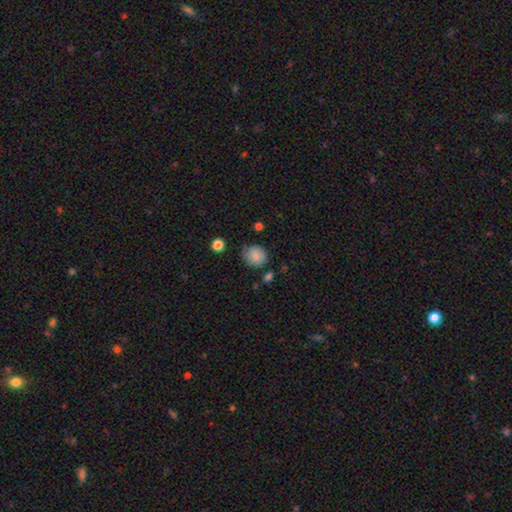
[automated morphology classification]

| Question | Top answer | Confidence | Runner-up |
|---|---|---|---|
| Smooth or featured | smooth | 86% | star or artifact (8%) |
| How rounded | round | 80% | in between (19%) |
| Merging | none | 69% | minor disturbance (23%) |